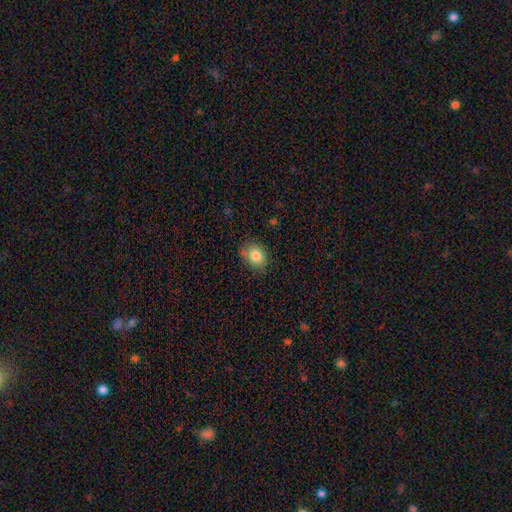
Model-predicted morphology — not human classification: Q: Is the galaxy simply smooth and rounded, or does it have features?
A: smooth — 83%.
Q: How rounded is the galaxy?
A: round — 56%.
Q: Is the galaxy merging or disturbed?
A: none — 75%.